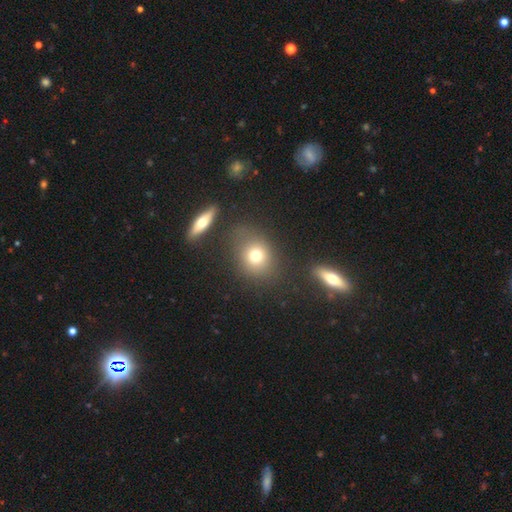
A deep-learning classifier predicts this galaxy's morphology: A smooth galaxy with no disk features (74%) that is round (66%).

Vote fractions:
- Smooth or featured? smooth: 74% / star or artifact: 13% / featured or disk: 12%
- How rounded? round: 66% / in between: 32% / cigar-shaped: 2%
- Merging? none: 73% / minor disturbance: 13% / merger: 7% / major disturbance: 7%